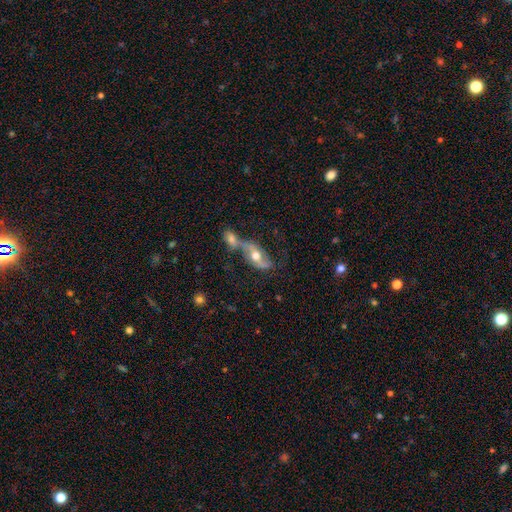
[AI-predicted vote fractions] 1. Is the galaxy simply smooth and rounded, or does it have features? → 57% featured or disk, 30% smooth, 12% star or artifact.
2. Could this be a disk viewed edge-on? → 79% no, 21% yes.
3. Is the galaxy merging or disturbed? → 55% merger, 27% none, 10% minor disturbance, 9% major disturbance.